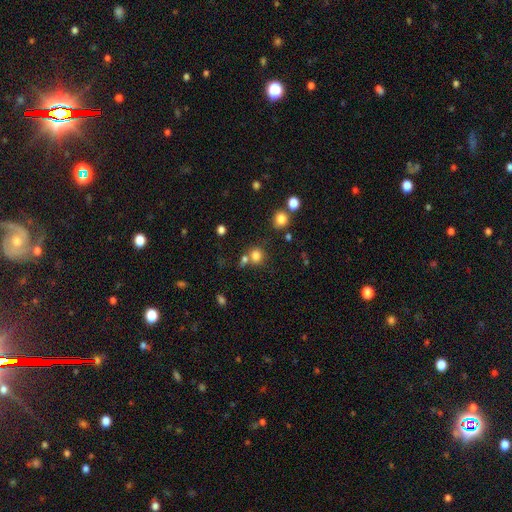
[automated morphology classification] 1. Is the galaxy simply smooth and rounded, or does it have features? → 79% smooth, 15% star or artifact, 7% featured or disk.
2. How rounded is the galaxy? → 83% round, 15% in between, 1% cigar-shaped.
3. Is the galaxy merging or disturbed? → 62% none, 23% merger, 10% minor disturbance, 5% major disturbance.